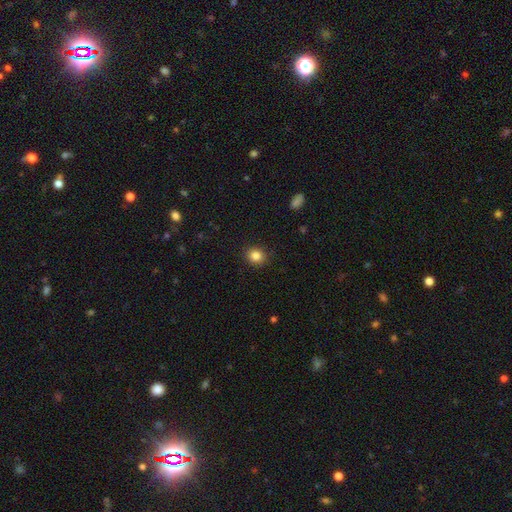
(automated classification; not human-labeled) smooth_or_featured: smooth (p=0.85) [alt: star or artifact p=0.11]
how_rounded: round (p=0.79) [alt: in between p=0.20]
merging: none (p=0.90) [alt: minor disturbance p=0.07]